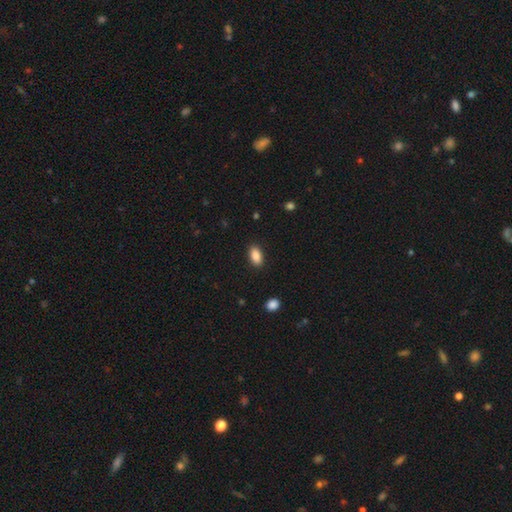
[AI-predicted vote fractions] smooth_or_featured: smooth (p=0.87) [alt: star or artifact p=0.08]
how_rounded: in between (p=0.91) [alt: round p=0.05]
merging: none (p=0.89) [alt: minor disturbance p=0.08]